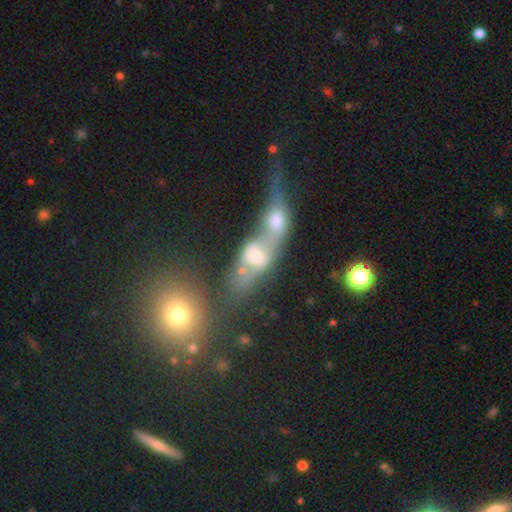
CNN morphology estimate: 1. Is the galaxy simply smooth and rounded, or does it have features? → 49% featured or disk, 34% smooth, 17% star or artifact.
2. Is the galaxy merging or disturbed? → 73% merger, 13% none, 9% major disturbance, 5% minor disturbance.